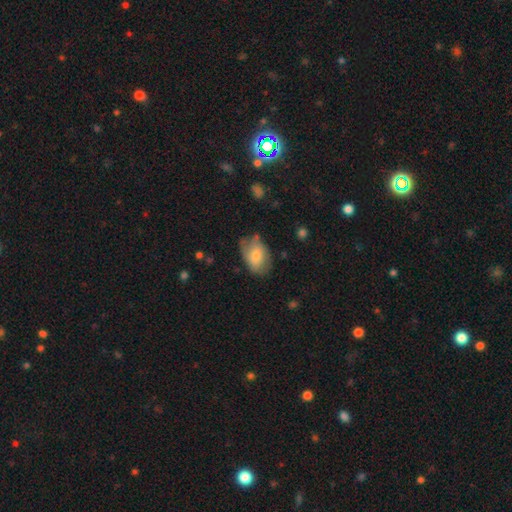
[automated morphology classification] A smooth galaxy with no disk features (69%) that is in between round and cigar-shaped (85%).

Vote fractions:
- Smooth or featured? smooth: 69% / featured or disk: 24% / star or artifact: 7%
- How rounded? in between: 85% / round: 14% / cigar-shaped: 1%
- Merging? none: 54% / minor disturbance: 32% / major disturbance: 11% / merger: 3%